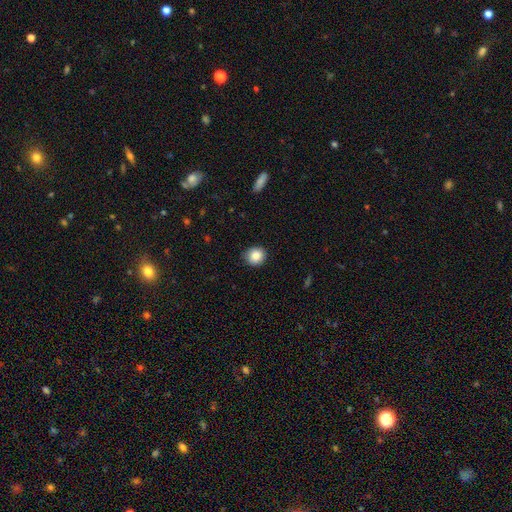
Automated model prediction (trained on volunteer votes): Morphology: type=smooth (85%); roundness=round (86%); merging=none (84%).